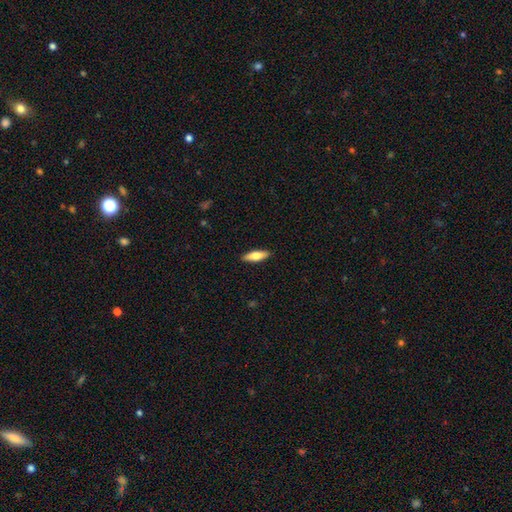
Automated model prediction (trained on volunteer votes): smooth-or-featured: smooth: 70% | featured or disk: 25% | star or artifact: 6%
  how-rounded: in between: 51% | cigar-shaped: 47% | round: 2%
  merging: none: 90% | minor disturbance: 7% | major disturbance: 2% | merger: 1%